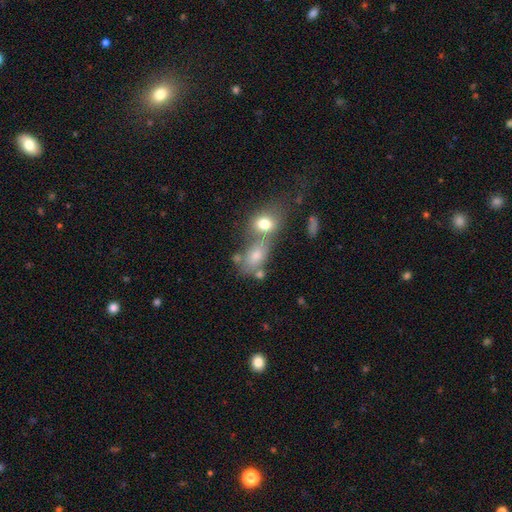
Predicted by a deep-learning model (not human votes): Morphology: type=smooth (71%); roundness=in between (77%); merging=merger (48%).